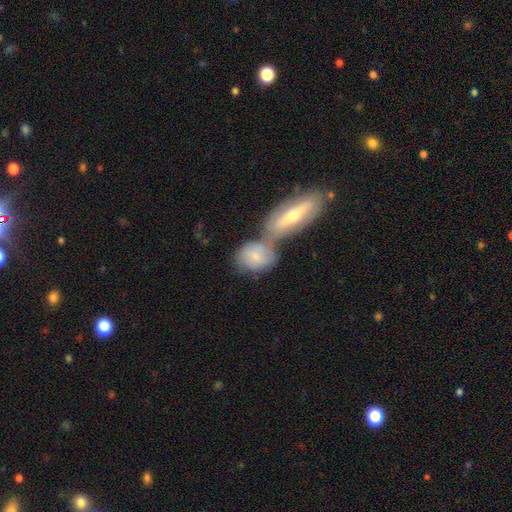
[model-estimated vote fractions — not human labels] A smooth galaxy with no disk features (67%) that is in between round and cigar-shaped (50%).

Vote fractions:
- Smooth or featured? smooth: 67% / featured or disk: 26% / star or artifact: 7%
- How rounded? in between: 50% / round: 45% / cigar-shaped: 5%
- Merging? merger: 54% / none: 32% / minor disturbance: 10% / major disturbance: 4%